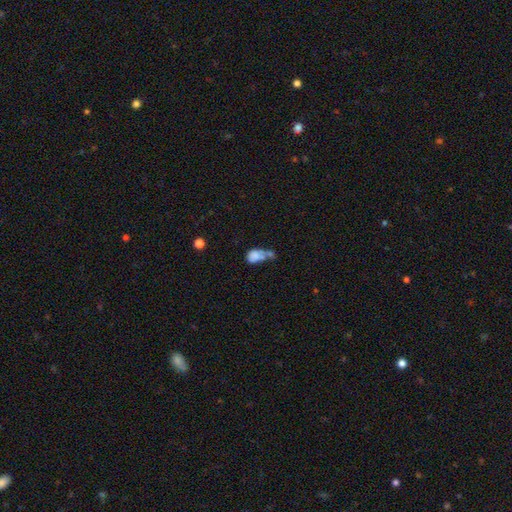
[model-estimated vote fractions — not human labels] smooth_or_featured: smooth (p=0.69) [alt: featured or disk p=0.20]
how_rounded: in between (p=0.78) [alt: round p=0.19]
merging: merger (p=0.48) [alt: major disturbance p=0.20]